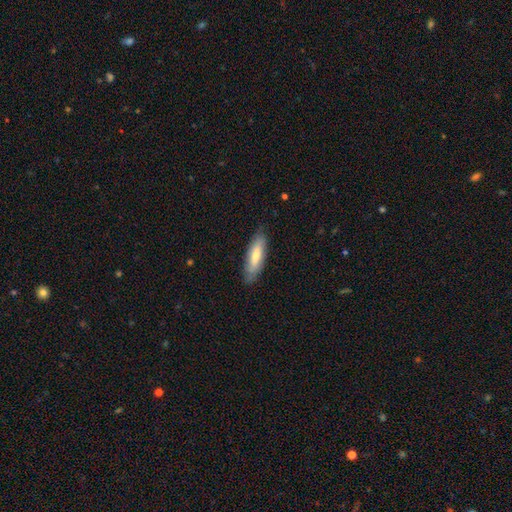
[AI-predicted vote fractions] This is likely a smooth galaxy (67%). How rounded: possibly cigar-shaped (52%). Merging: clearly none (82%).